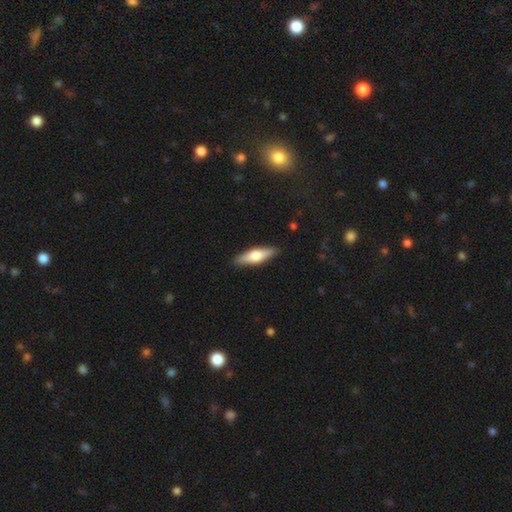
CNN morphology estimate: Smooth or featured? smooth (52%)
How rounded? cigar-shaped (57%)
Merging? none (89%)